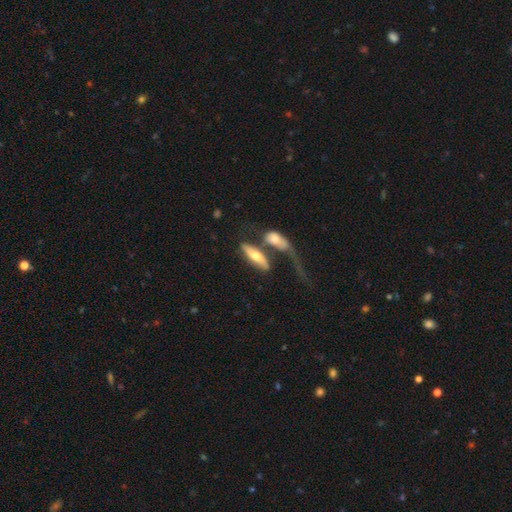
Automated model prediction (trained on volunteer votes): Morphology: type=smooth (49%); merging=merger (47%).